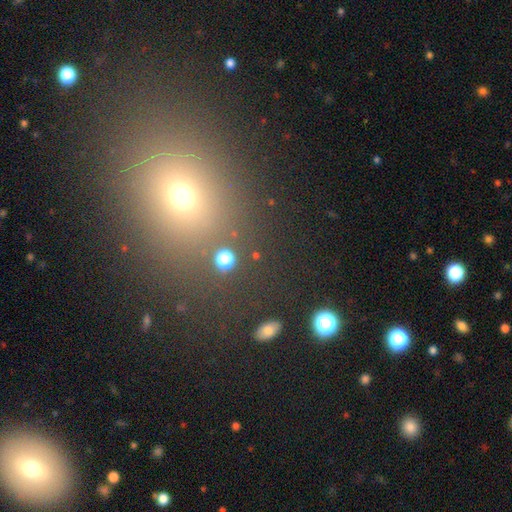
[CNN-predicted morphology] smooth_or_featured: smooth (p=0.56) [alt: star or artifact p=0.33]
how_rounded: round (p=0.70) [alt: in between p=0.27]
merging: none (p=0.83) [alt: minor disturbance p=0.08]